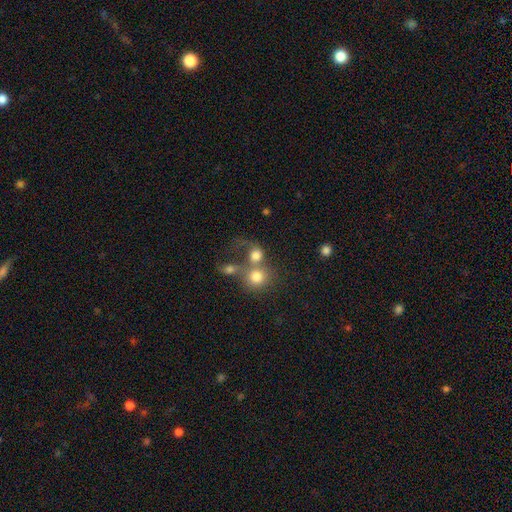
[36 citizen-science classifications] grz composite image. It shows a smooth galaxy with no disk features (86%) that is round (74%). Merging: none (37%).